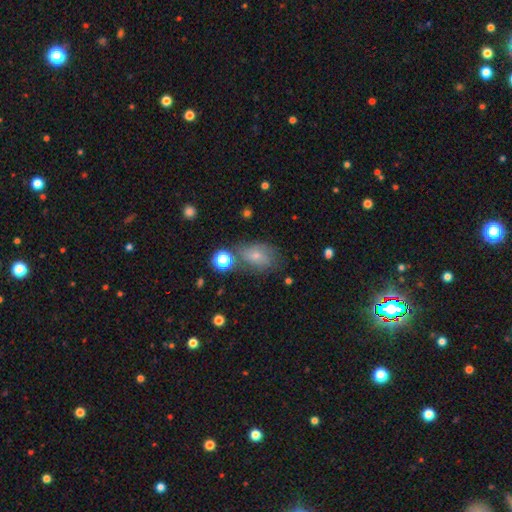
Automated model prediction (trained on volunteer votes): Morphology: type=smooth (59%); roundness=in between (76%); merging=none (56%).